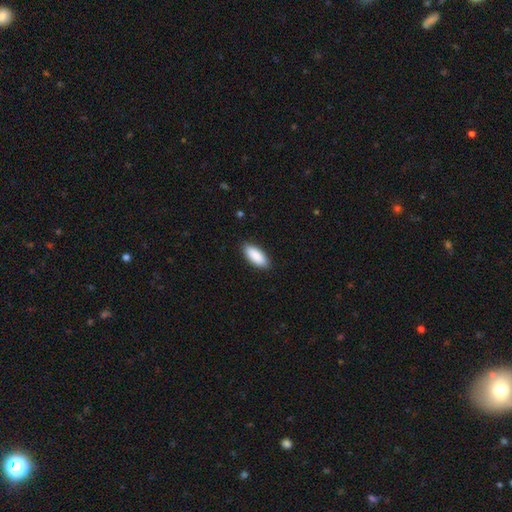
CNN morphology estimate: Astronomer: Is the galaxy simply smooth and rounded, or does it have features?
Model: smooth — 90%.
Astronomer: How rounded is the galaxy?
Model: in between — 83%.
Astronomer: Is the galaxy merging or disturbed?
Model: none — 89%.